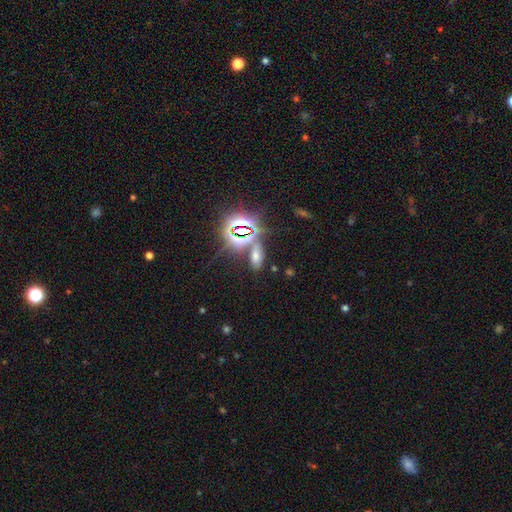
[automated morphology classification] Smooth or featured? Predicted: star or artifact (p=0.45, tied with smooth).